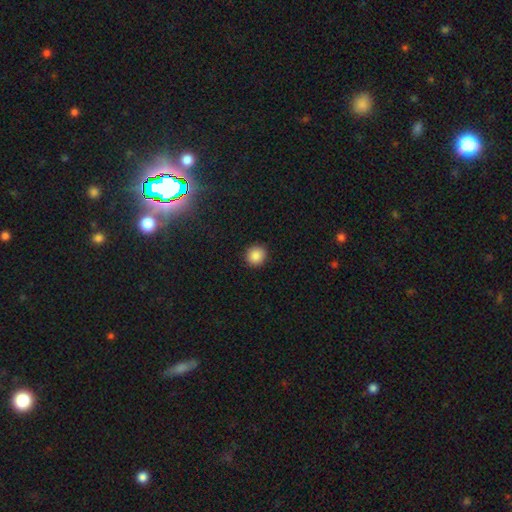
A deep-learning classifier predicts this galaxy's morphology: Smooth or featured?
  - smooth: 88% *
  - star or artifact: 9%
  - featured or disk: 3%
How rounded?
  - round: 90% *
  - in between: 9%
  - cigar-shaped: 1%
Merging?
  - none: 91% *
  - minor disturbance: 6%
  - major disturbance: 2%
  - merger: 1%